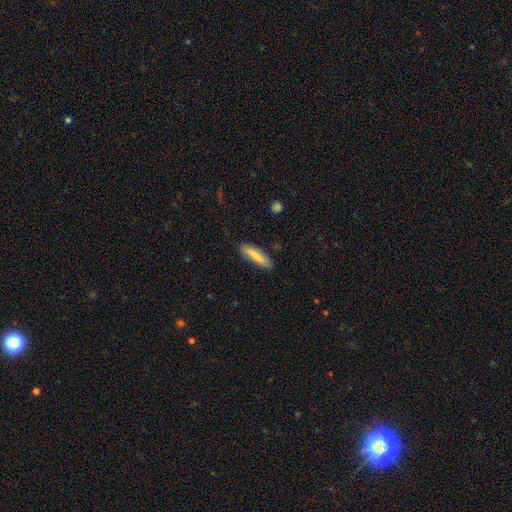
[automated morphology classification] Smooth or featured? smooth (81%)
How rounded? cigar-shaped (73%)
Merging? none (85%)